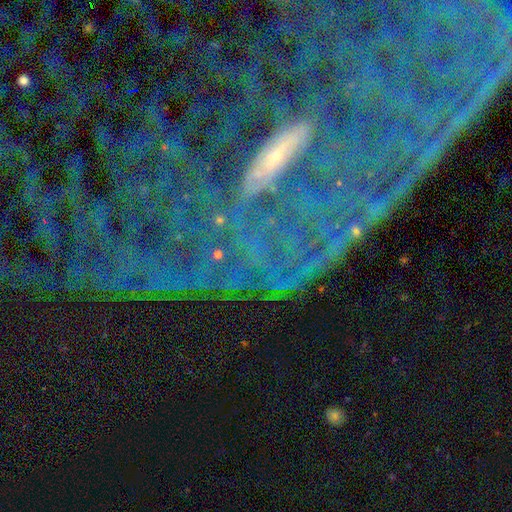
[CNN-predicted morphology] Overall: featured or disk (46%; star or artifact 40%). Merging: none (68%).